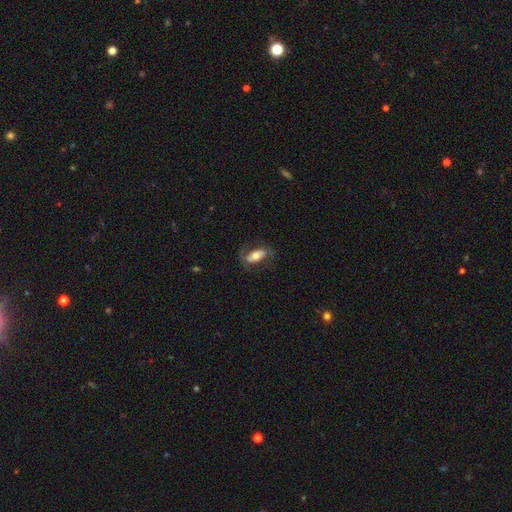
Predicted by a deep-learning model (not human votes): Overall: featured or disk (52%; smooth 41%). Edge-on disk: no (90%). Merging: none (66%).